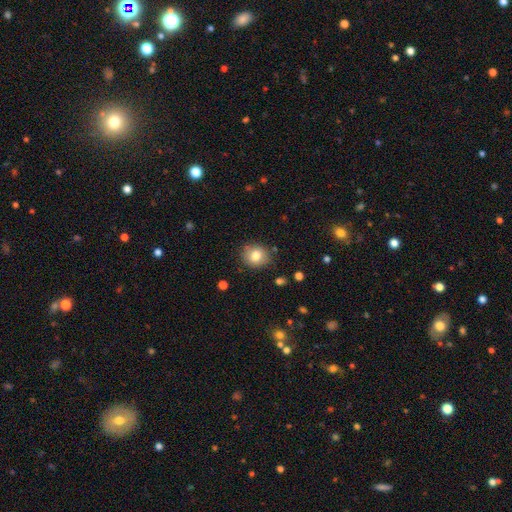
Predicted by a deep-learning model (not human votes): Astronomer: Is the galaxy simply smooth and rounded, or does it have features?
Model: smooth — 79%.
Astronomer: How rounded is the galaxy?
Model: round — 81%.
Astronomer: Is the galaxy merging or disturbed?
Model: none — 85%.